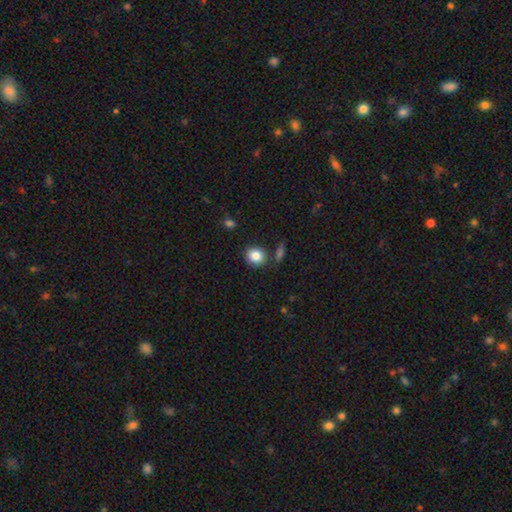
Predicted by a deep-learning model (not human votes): A smooth galaxy with no disk features (84%) that is round (82%).

Vote fractions:
- Smooth or featured? smooth: 84% / star or artifact: 9% / featured or disk: 7%
- How rounded? round: 82% / in between: 17% / cigar-shaped: 1%
- Merging? none: 81% / minor disturbance: 10% / merger: 6% / major disturbance: 3%